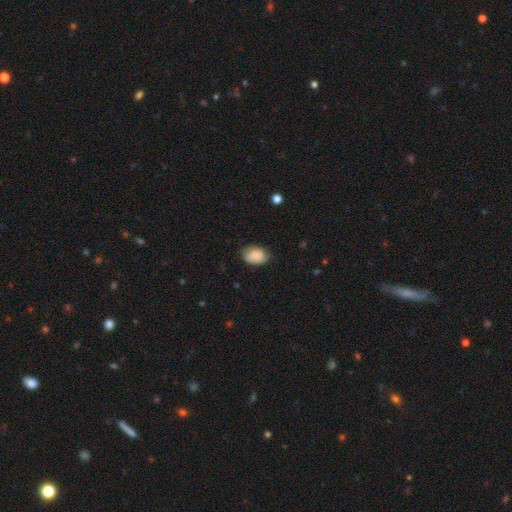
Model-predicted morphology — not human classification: Smooth or featured? smooth (85%)
How rounded? in between (79%)
Merging? none (70%)